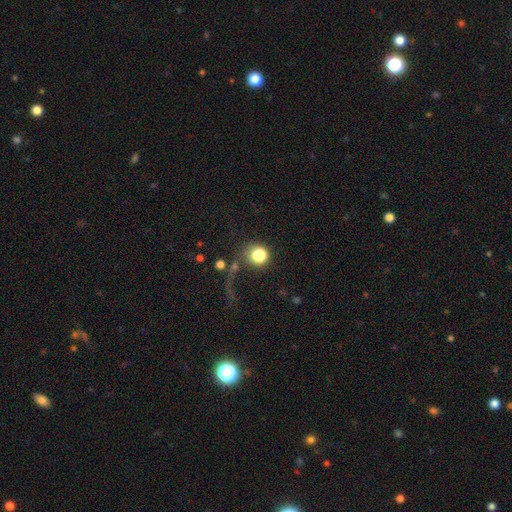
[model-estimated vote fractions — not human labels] Smooth or featured?
  - smooth: 76% *
  - star or artifact: 14%
  - featured or disk: 10%
How rounded?
  - round: 88% *
  - in between: 11%
  - cigar-shaped: 1%
Merging?
  - none: 49% *
  - major disturbance: 25%
  - merger: 14%
  - minor disturbance: 12%